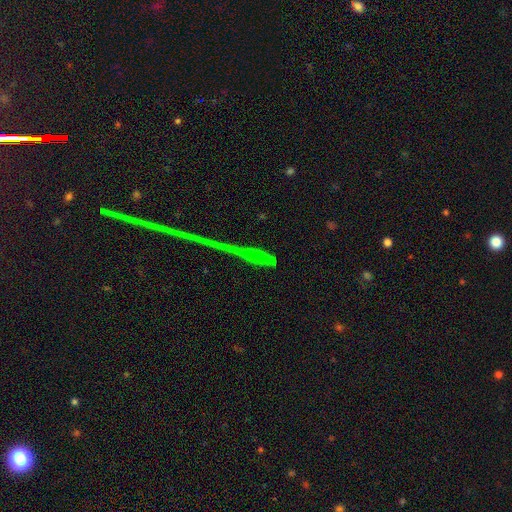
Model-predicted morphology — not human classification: type=star or artifact (41%).